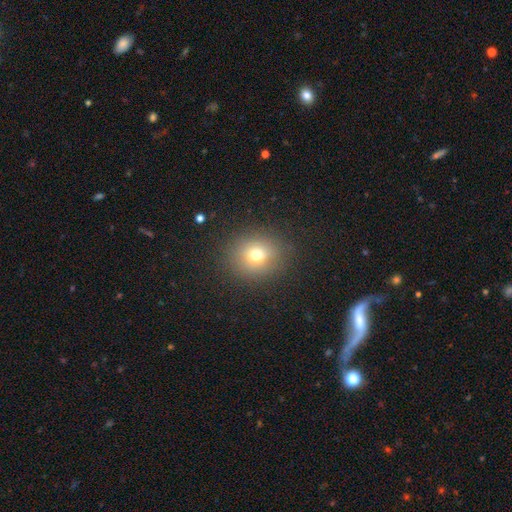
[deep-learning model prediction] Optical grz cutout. It shows a smooth galaxy with no disk features (72%) that is round (80%). Merging: none (87%).